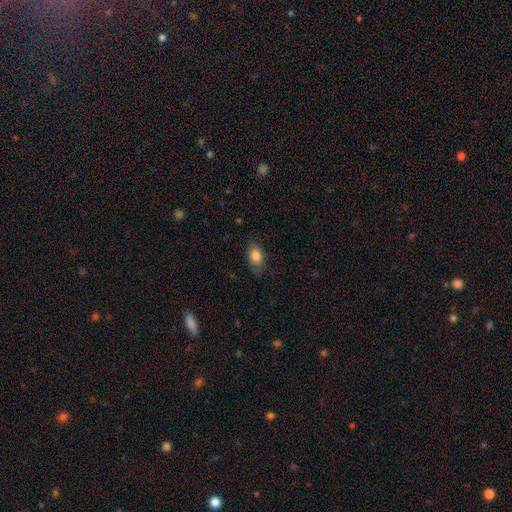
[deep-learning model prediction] smooth_or_featured: smooth (p=0.84) [alt: featured or disk p=0.09]
how_rounded: in between (p=0.89) [alt: round p=0.07]
merging: none (p=0.78) [alt: minor disturbance p=0.17]